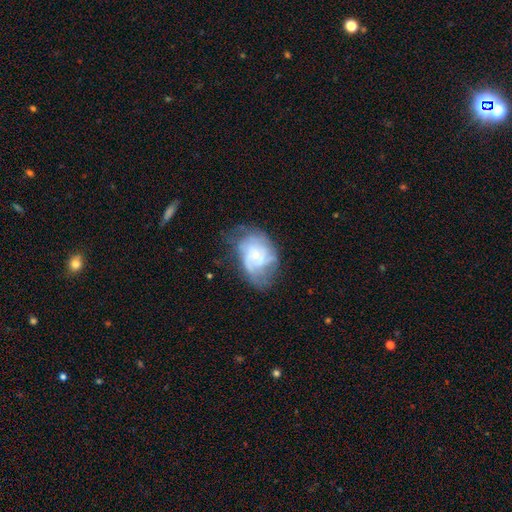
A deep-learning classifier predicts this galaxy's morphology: This is likely a featured or disk galaxy (67%). It is clearly not viewed edge-on (98%). Bar: likely no (72%). Spiral arm pattern: likely yes (78%). Spiral arm count: possibly can't tell (47%). Spiral winding: marginally tight (42%). Central bulge: likely small (65%). Merging: marginally none (43%).